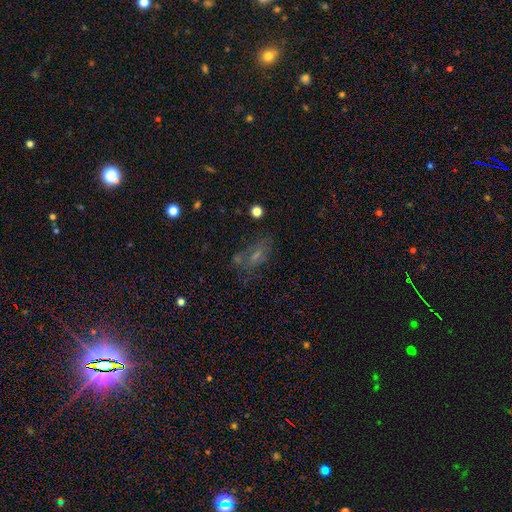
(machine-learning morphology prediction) Q: Smooth or featured?
A: smooth (43%); runner-up: featured or disk (33%)
Q: Merging?
A: none (53%); runner-up: minor disturbance (20%)